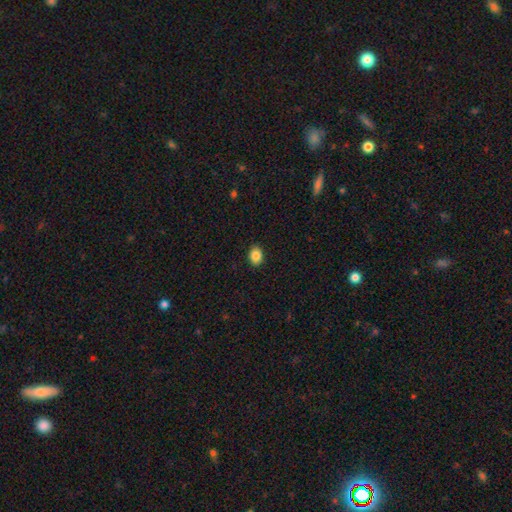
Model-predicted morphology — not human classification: type=smooth (86%); roundness=in between (72%); merging=none (90%).